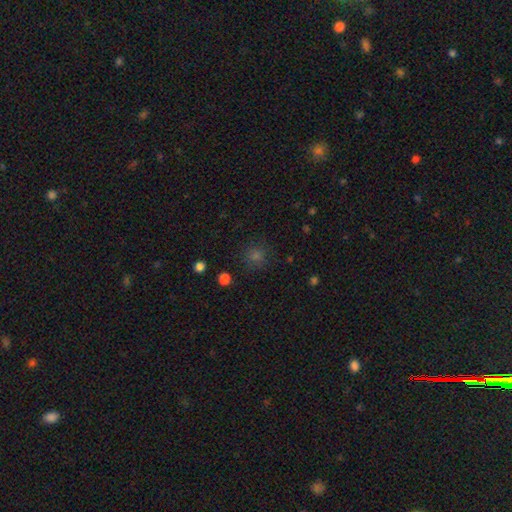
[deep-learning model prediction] A smooth galaxy with no disk features (65%) that is round (91%).

Vote fractions:
- Smooth or featured? smooth: 65% / star or artifact: 28% / featured or disk: 7%
- How rounded? round: 91% / in between: 8% / cigar-shaped: 1%
- Merging? none: 86% / minor disturbance: 9% / major disturbance: 3% / merger: 2%